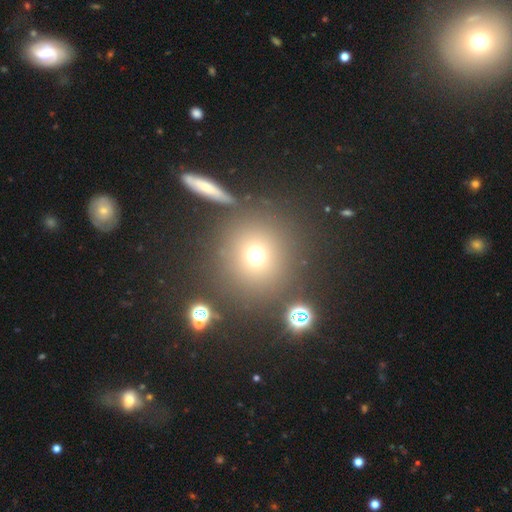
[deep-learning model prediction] The model was most divided on "smooth or featured": smooth: 68%, star or artifact: 22%, featured or disk: 11%. More confident: how rounded — round (91%); merging — none (79%).